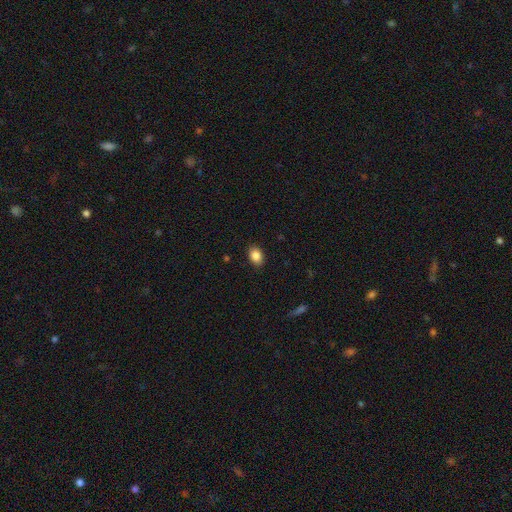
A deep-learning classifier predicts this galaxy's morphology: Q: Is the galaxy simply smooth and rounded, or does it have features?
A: smooth — 86%.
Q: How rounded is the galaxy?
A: in between — 76%.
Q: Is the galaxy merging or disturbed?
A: none — 88%.